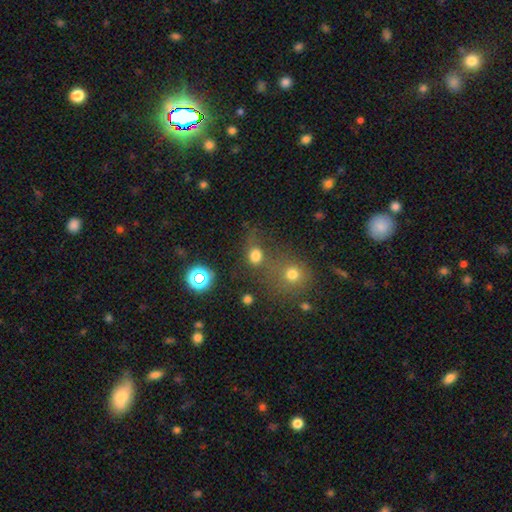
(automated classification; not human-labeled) Smooth or featured: smooth — 74% (star or artifact — 19%)
How rounded: round — 67% (in between — 31%)
Merging: none — 52% (merger — 24%)